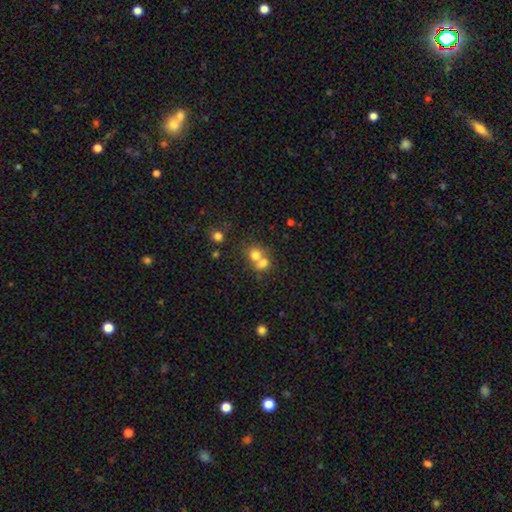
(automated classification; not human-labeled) smooth-or-featured: smooth: 73% | featured or disk: 14% | star or artifact: 13%
  how-rounded: round: 70% | in between: 29% | cigar-shaped: 1%
  merging: merger: 60% | none: 31% | minor disturbance: 6% | major disturbance: 4%